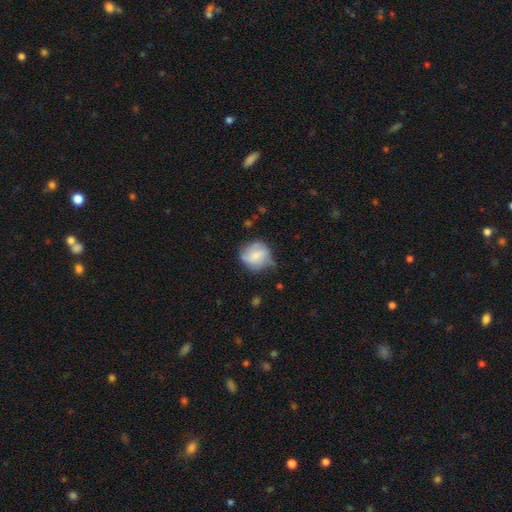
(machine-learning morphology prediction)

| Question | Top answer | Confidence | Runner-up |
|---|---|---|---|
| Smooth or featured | smooth | 62% | featured or disk (30%) |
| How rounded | round | 79% | in between (20%) |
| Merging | none | 52% | minor disturbance (33%) |